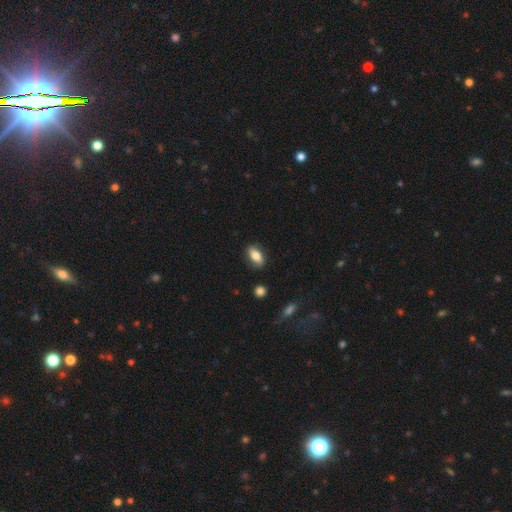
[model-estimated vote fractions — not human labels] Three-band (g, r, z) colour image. It shows a smooth galaxy with no disk features (72%) that is in between round and cigar-shaped (85%). Merging: none (79%).